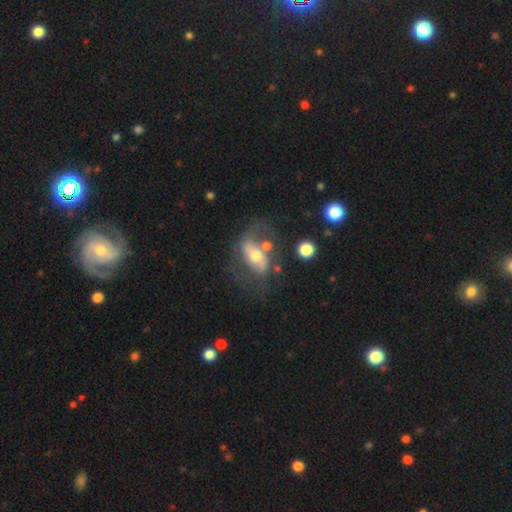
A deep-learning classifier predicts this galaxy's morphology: smooth_or_featured: featured or disk (p=0.62) [alt: smooth p=0.30]
disk_edge_on: no (p=0.90) [alt: yes p=0.10]
bar: no (p=0.43) [alt: strong p=0.29]
has_spiral_arms: yes (p=0.62) [alt: no p=0.38]
bulge_size: moderate (p=0.69) [alt: small p=0.17]
merging: none (p=0.45) [alt: major disturbance p=0.21]